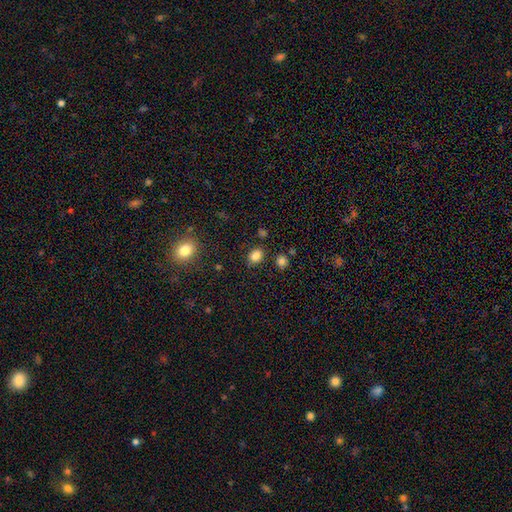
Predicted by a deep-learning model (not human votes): Smooth or featured?
  - smooth: 84% *
  - star or artifact: 12%
  - featured or disk: 4%
How rounded?
  - in between: 67% *
  - round: 32%
  - cigar-shaped: 1%
Merging?
  - none: 81% *
  - minor disturbance: 12%
  - merger: 4%
  - major disturbance: 3%